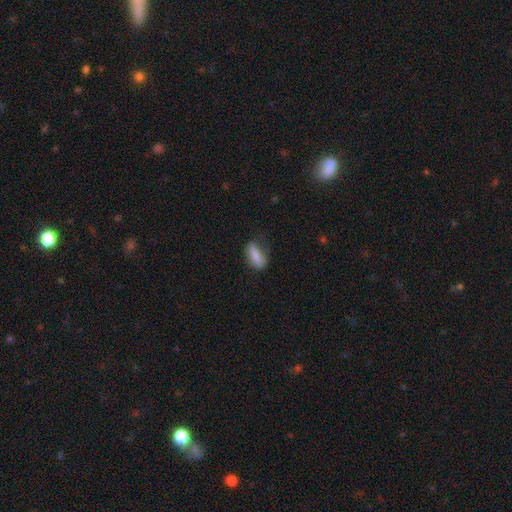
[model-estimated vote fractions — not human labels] This is likely a smooth galaxy (74%). How rounded: likely in between (74%). Merging: possibly none (57%).